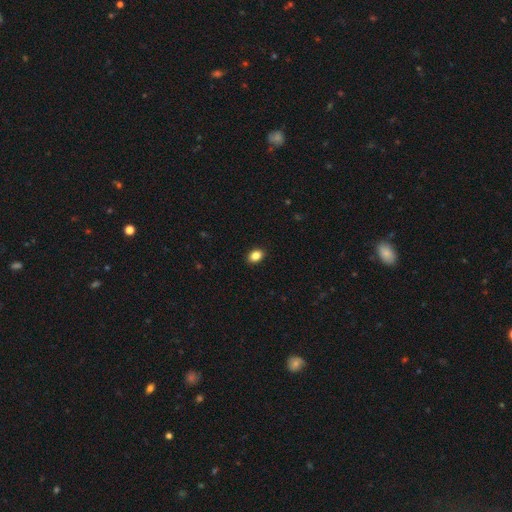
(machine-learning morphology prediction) Overall: smooth (86%). How rounded: in between (72%). Merging: none (90%).